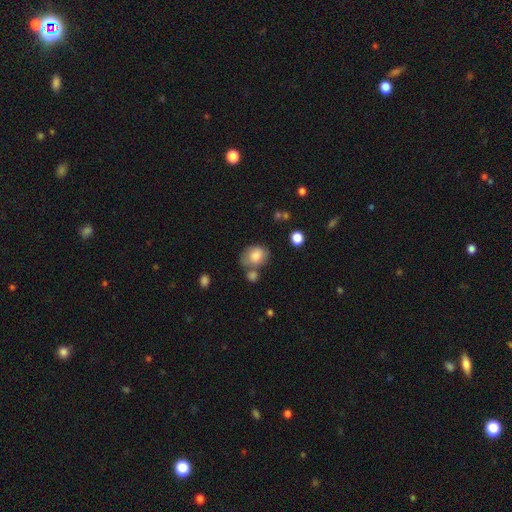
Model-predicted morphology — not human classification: Smooth or featured? Predicted: smooth (p=0.78). How rounded? Predicted: in between (p=0.56). Merging? Predicted: none (p=0.48).